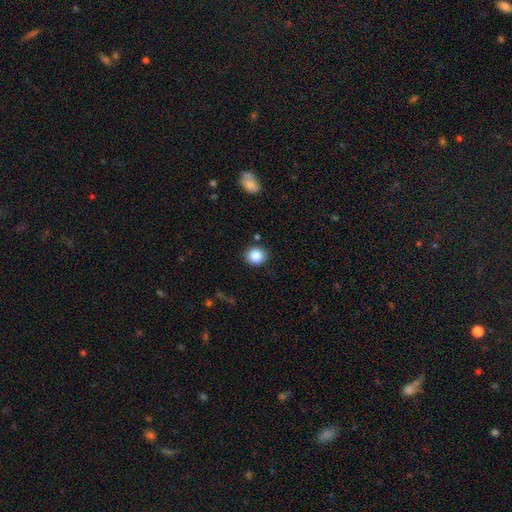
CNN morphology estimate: Smooth or featured? smooth (87%)
How rounded? round (86%)
Merging? none (87%)